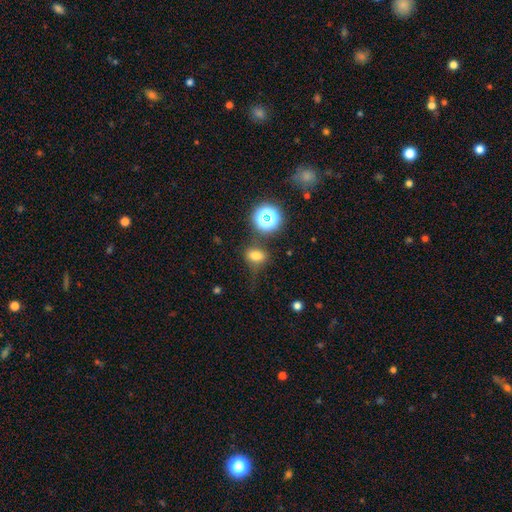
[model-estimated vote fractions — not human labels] Smooth or featured? smooth (71%)
How rounded? in between (65%)
Merging? none (63%)